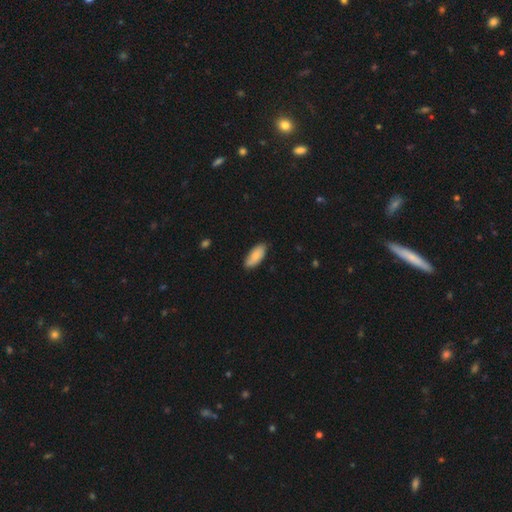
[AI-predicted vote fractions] A smooth galaxy with no disk features (83%) that is in between round and cigar-shaped (86%). Merging: none (81%).